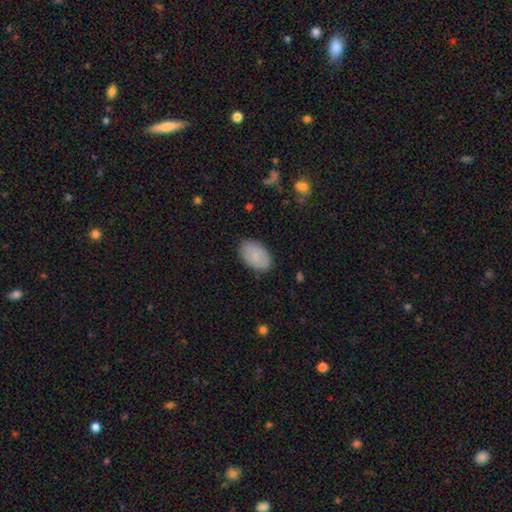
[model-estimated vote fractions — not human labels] Q: Smooth or featured?
A: smooth (83%); runner-up: featured or disk (11%)
Q: How rounded?
A: in between (92%); runner-up: round (6%)
Q: Merging?
A: none (85%); runner-up: minor disturbance (11%)